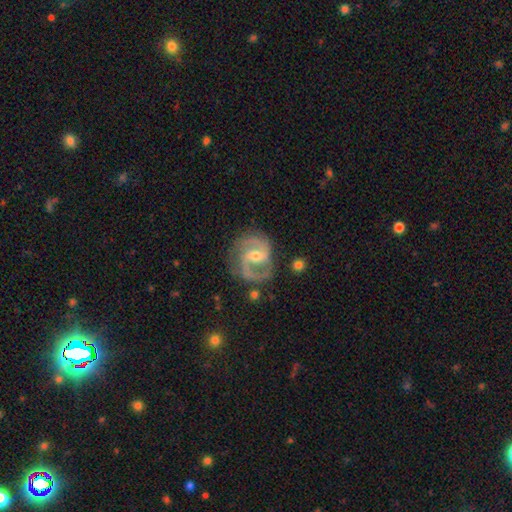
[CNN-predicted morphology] This is clearly a featured or disk galaxy (90%). It is clearly not viewed edge-on (98%). Bar: possibly weak (51%). Spiral arm pattern: clearly yes (97%). Spiral arm count: clearly 2 (88%). Spiral winding: likely medium (61%). Central bulge: possibly small (48%, tied with moderate). Merging: likely none (72%).